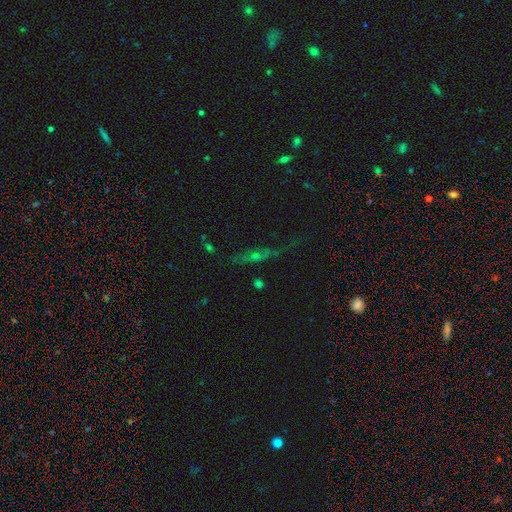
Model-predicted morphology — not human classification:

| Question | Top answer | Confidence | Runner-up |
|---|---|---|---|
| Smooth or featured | featured or disk | 47% | smooth (28%) |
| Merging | none | 66% | minor disturbance (18%) |